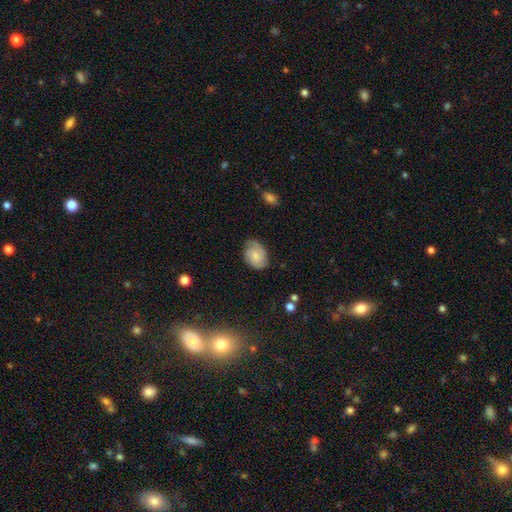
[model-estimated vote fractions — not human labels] smooth-or-featured: featured or disk: 49% | smooth: 43% | star or artifact: 8%
  merging: none: 67% | minor disturbance: 25% | major disturbance: 7% | merger: 1%